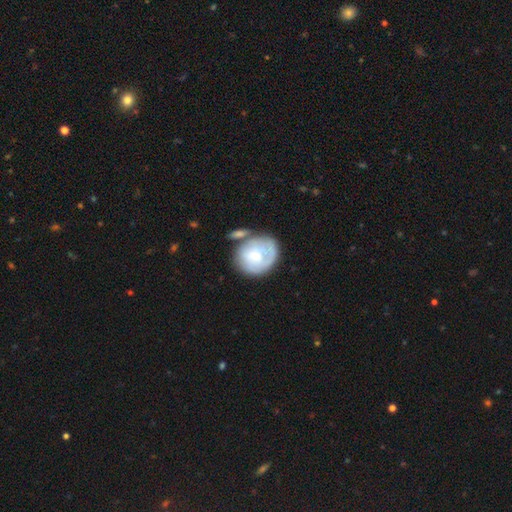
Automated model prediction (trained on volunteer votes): This appears to be a smooth galaxy with no disk features (52%) that is round (71%). Merging: none (47%).